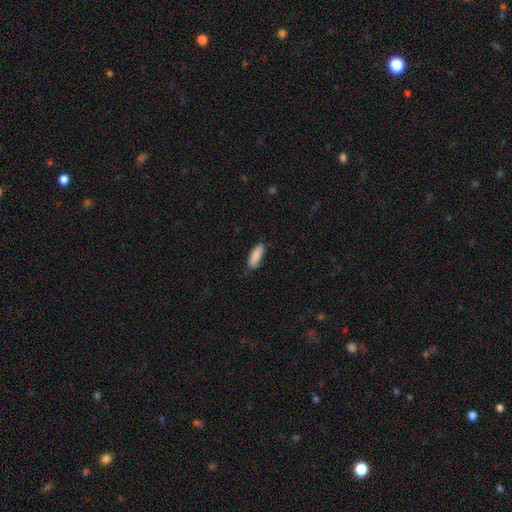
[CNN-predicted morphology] Smooth or featured? smooth (89%)
How rounded? in between (66%)
Merging? none (78%)